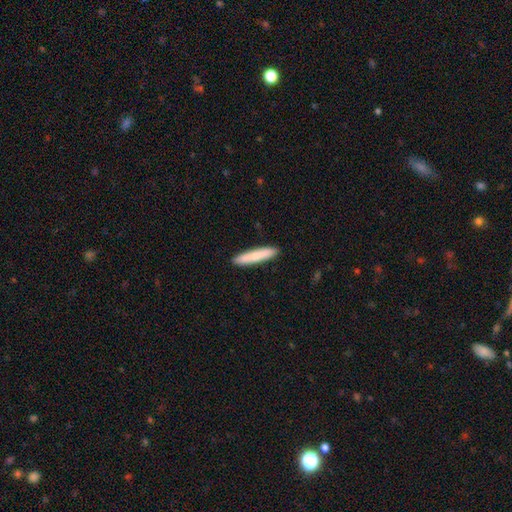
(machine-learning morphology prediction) smooth 79%, featured or disk 16%, star or artifact 5%. Down the decision tree: how rounded — cigar-shaped (90%); merging — none (91%).